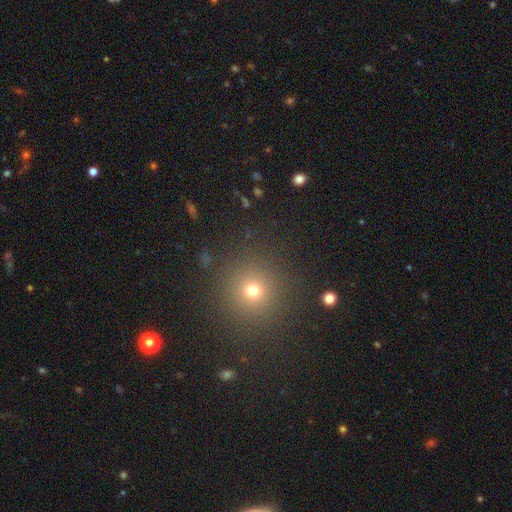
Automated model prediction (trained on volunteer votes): A smooth galaxy with no disk features (58%) that is round (94%). Merging: none (90%).